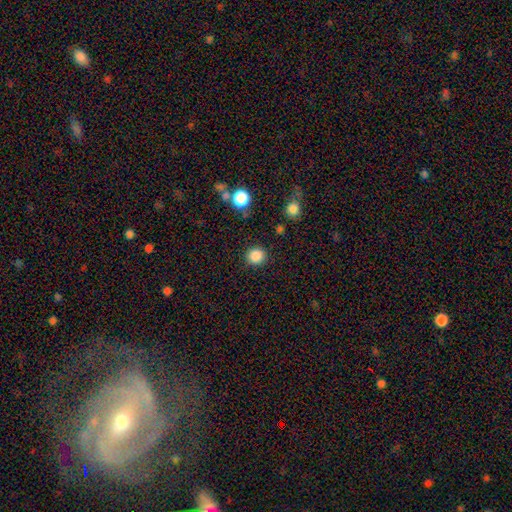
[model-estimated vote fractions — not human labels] Morphology: type=smooth (86%); roundness=round (89%); merging=none (87%).